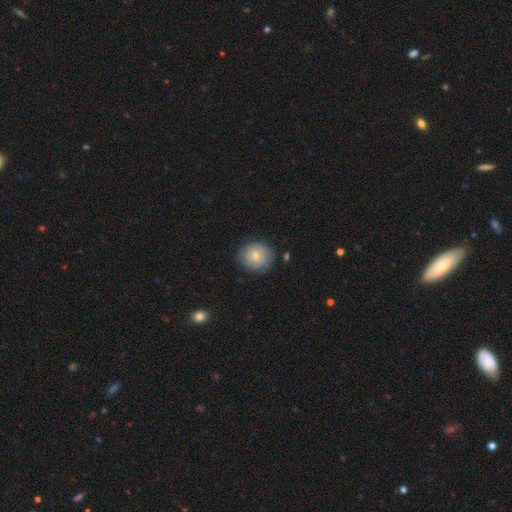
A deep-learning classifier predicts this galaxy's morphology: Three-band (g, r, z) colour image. It shows a smooth galaxy with no disk features (58%) that is round (85%). Merging: none (80%).